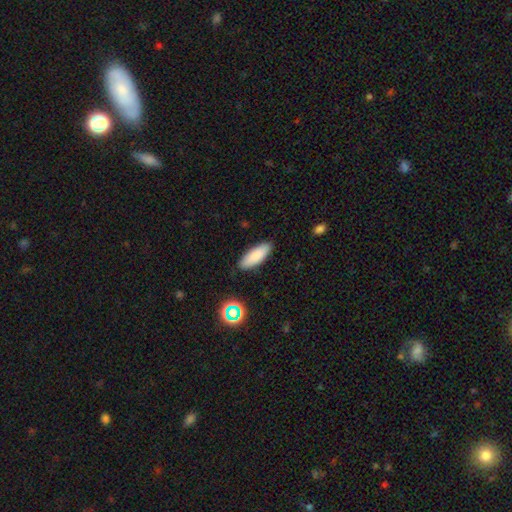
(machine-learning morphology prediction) smooth_or_featured: smooth (p=0.84) [alt: featured or disk p=0.09]
how_rounded: in between (p=0.68) [alt: cigar-shaped p=0.30]
merging: none (p=0.87) [alt: minor disturbance p=0.09]